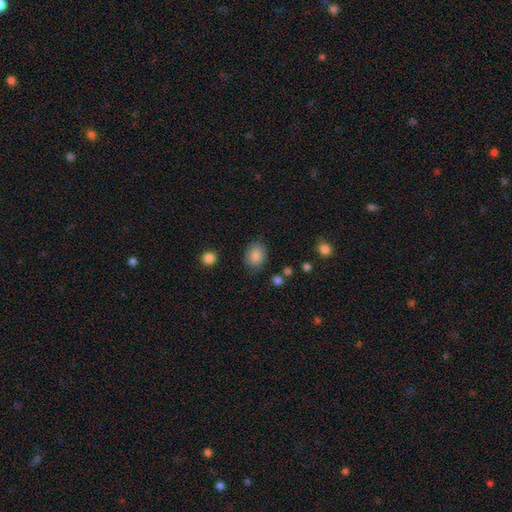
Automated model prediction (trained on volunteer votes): smooth 86%, star or artifact 8%, featured or disk 5%. Down the decision tree: how rounded — in between (56%); merging — none (79%).